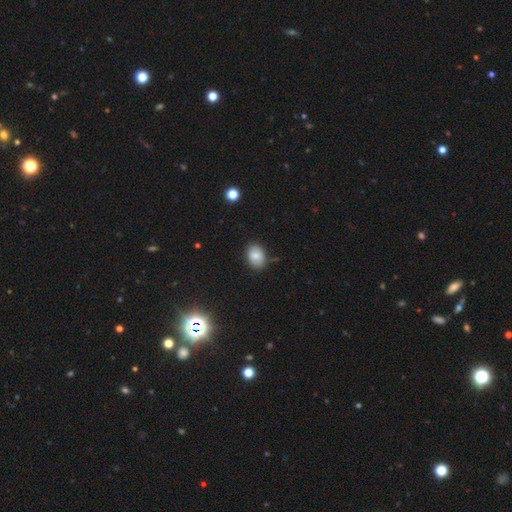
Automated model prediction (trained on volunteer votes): Overall: smooth (80%). How rounded: in between (78%). Merging: none (80%).